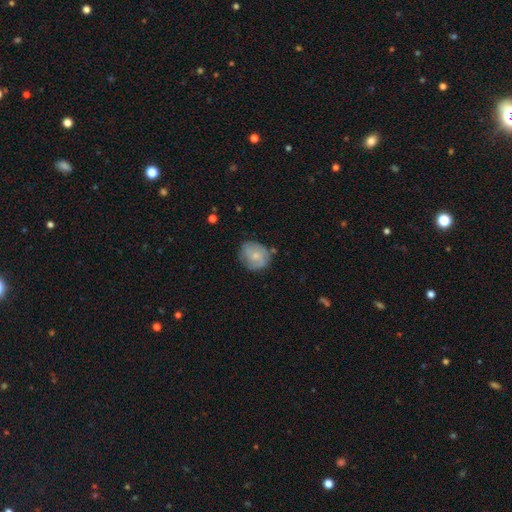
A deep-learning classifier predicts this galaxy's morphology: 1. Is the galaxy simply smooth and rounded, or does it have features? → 56% smooth, 37% featured or disk, 7% star or artifact.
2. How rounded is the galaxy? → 71% round, 28% in between, 1% cigar-shaped.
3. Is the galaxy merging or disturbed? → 66% none, 24% minor disturbance, 7% major disturbance, 3% merger.